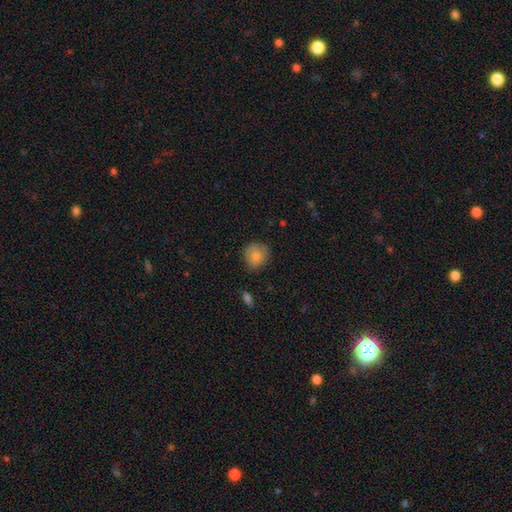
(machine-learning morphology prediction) A smooth galaxy with no disk features (81%) that is round (81%).

Vote fractions:
- Smooth or featured? smooth: 81% / featured or disk: 10% / star or artifact: 8%
- How rounded? round: 81% / in between: 18% / cigar-shaped: 1%
- Merging? none: 70% / minor disturbance: 23% / major disturbance: 5% / merger: 2%